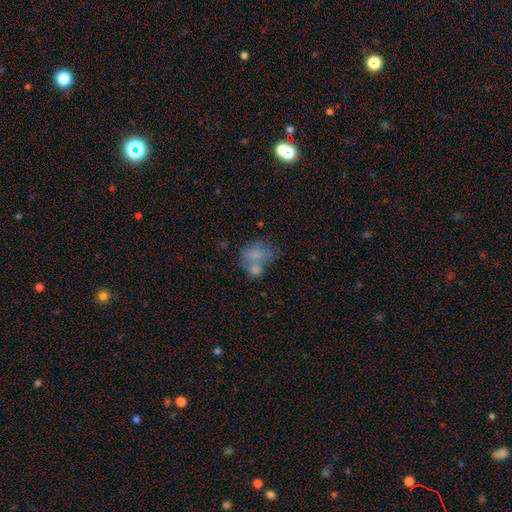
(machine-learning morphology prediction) Smooth or featured: smooth — 60% (featured or disk — 27%)
How rounded: in between — 57% (round — 42%)
Merging: merger — 44% (none — 26%)